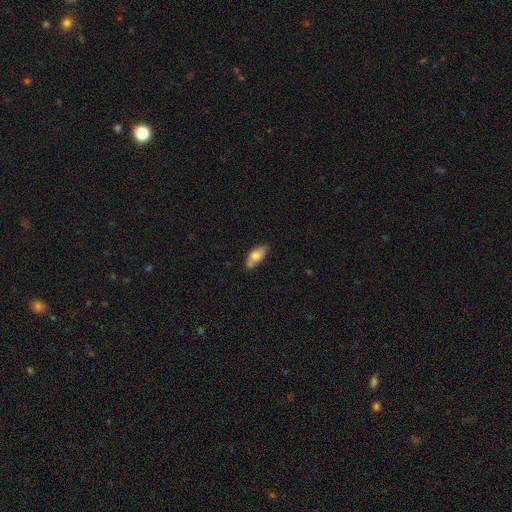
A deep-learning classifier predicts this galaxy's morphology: Overall: smooth (72%). How rounded: in between (80%). Merging: none (70%).